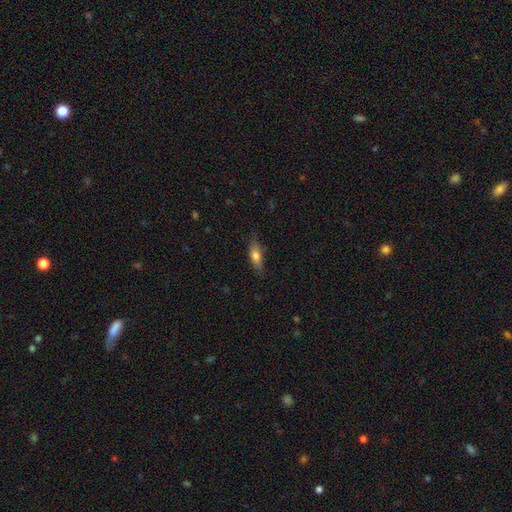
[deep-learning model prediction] Morphology: type=smooth (73%); roundness=in between (62%); merging=none (78%).